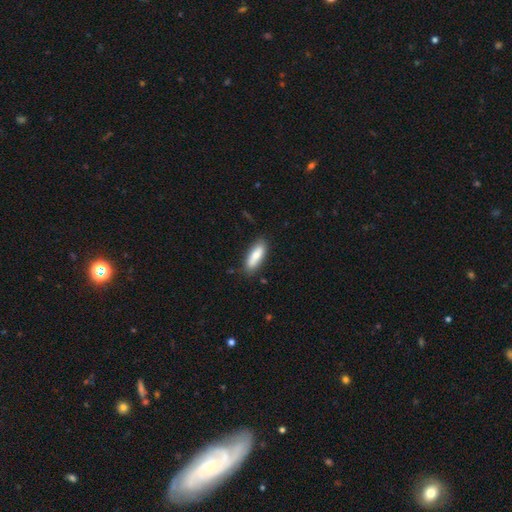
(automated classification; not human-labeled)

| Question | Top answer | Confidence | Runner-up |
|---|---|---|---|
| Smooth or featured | smooth | 79% | featured or disk (15%) |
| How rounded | in between | 60% | cigar-shaped (38%) |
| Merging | none | 80% | minor disturbance (15%) |